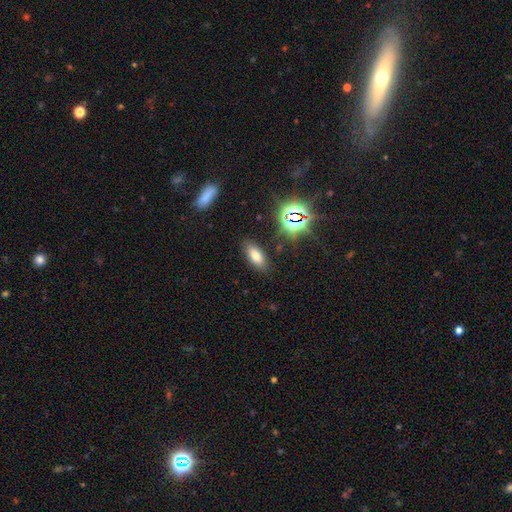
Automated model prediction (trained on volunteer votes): A smooth galaxy with no disk features (70%) that is in between round and cigar-shaped (83%).

Vote fractions:
- Smooth or featured? smooth: 70% / star or artifact: 18% / featured or disk: 12%
- How rounded? in between: 83% / cigar-shaped: 13% / round: 4%
- Merging? none: 85% / minor disturbance: 10% / major disturbance: 3% / merger: 2%